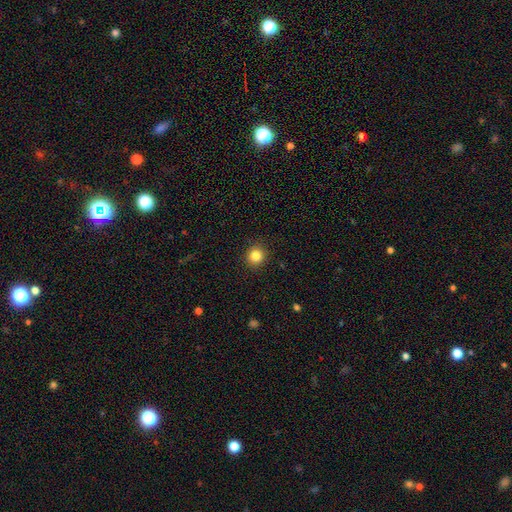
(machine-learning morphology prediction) Smooth or featured? Predicted: smooth (p=0.84). How rounded? Predicted: round (p=0.89). Merging? Predicted: none (p=0.91).